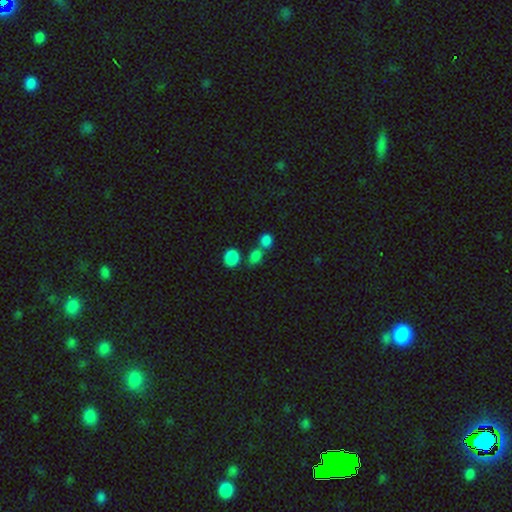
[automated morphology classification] A smooth galaxy with no disk features (80%) that is round (57%). Merging: none (49%).